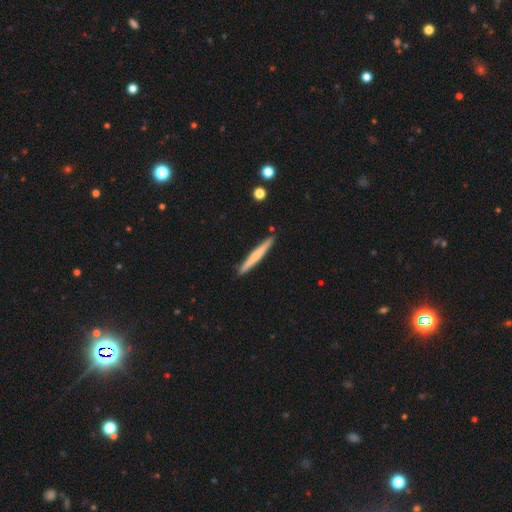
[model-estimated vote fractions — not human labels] A smooth galaxy with no disk features (55%) that is cigar-shaped (97%). Merging: none (91%).